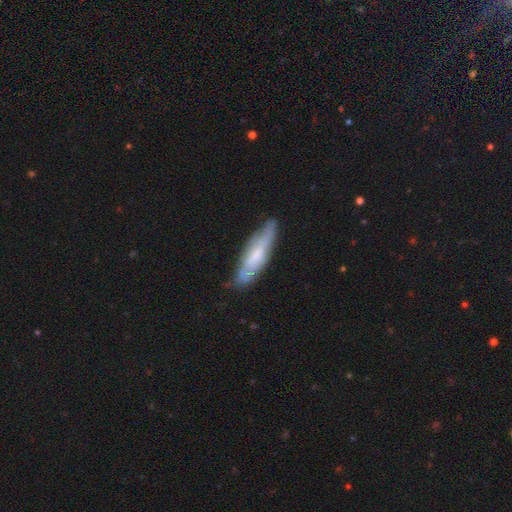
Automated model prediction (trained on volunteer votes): Smooth or featured? featured or disk (49%)
Merging? none (68%)